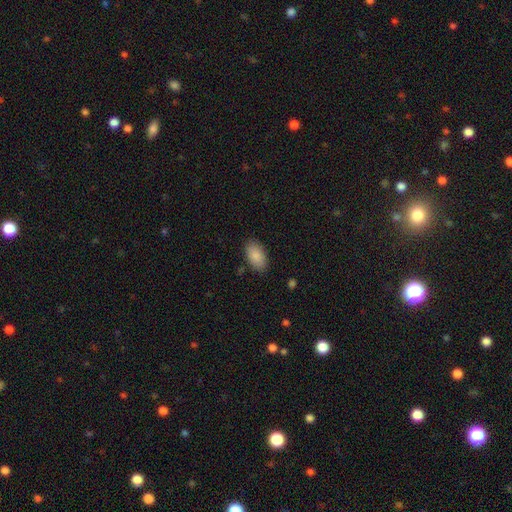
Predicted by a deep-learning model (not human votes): This is clearly a smooth galaxy (88%). How rounded: clearly in between (94%). Merging: clearly none (86%).